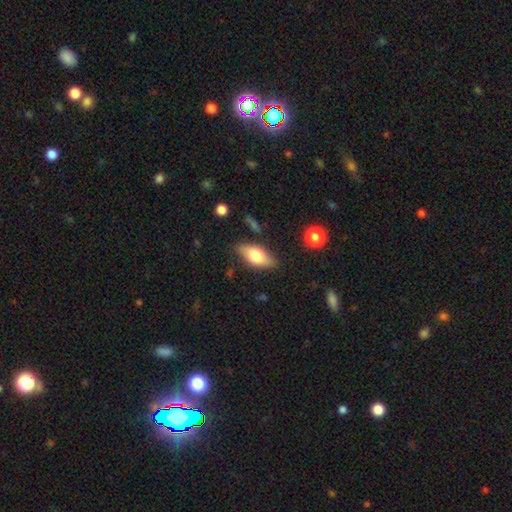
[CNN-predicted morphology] A smooth galaxy with no disk features (67%) that is in between round and cigar-shaped (85%). Merging: none (80%).